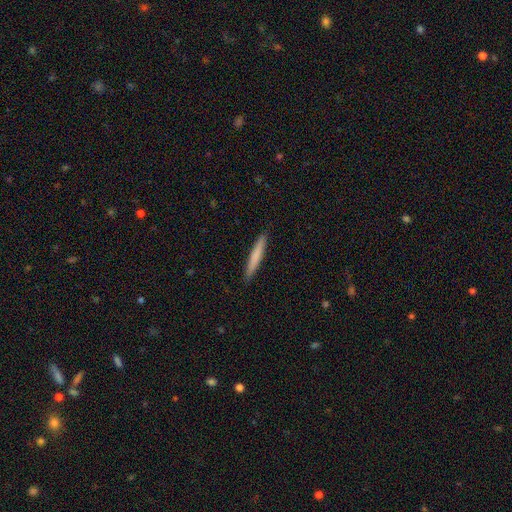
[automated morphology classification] Smooth or featured? Predicted: smooth (p=0.75). How rounded? Predicted: cigar-shaped (p=0.96). Merging? Predicted: none (p=0.91).